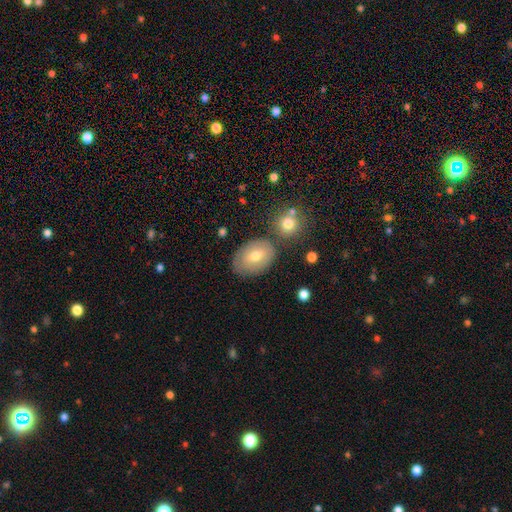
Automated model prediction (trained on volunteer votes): Smooth or featured? smooth (65%)
How rounded? in between (81%)
Merging? none (69%)